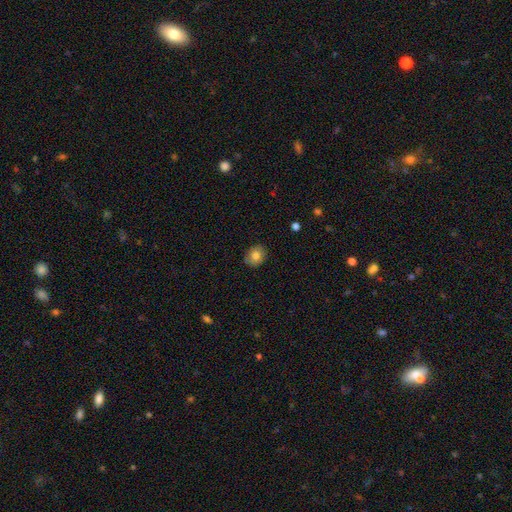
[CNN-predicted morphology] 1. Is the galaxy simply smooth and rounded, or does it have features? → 80% smooth, 11% featured or disk, 9% star or artifact.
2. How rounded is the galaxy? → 63% round, 37% in between, 1% cigar-shaped.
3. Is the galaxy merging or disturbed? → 86% none, 11% minor disturbance, 2% major disturbance, 1% merger.